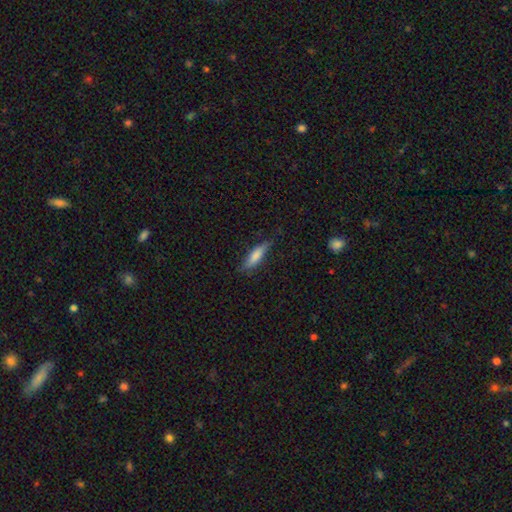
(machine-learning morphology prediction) Q: Smooth or featured?
A: smooth (72%); runner-up: featured or disk (22%)
Q: How rounded?
A: cigar-shaped (68%); runner-up: in between (30%)
Q: Merging?
A: none (73%); runner-up: minor disturbance (21%)